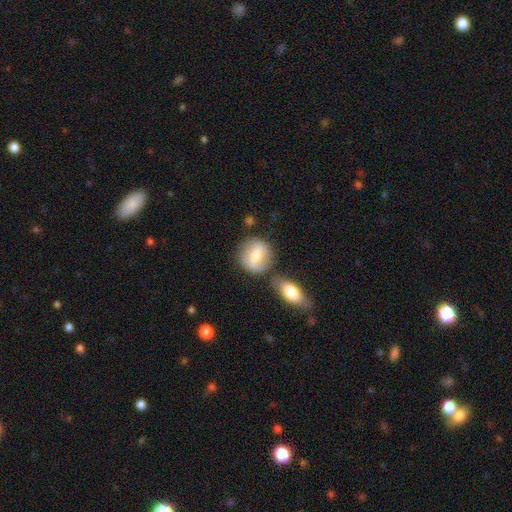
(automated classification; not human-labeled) Q: Smooth or featured?
A: smooth (61%); runner-up: featured or disk (33%)
Q: How rounded?
A: round (77%); runner-up: in between (21%)
Q: Merging?
A: none (65%); runner-up: merger (17%)